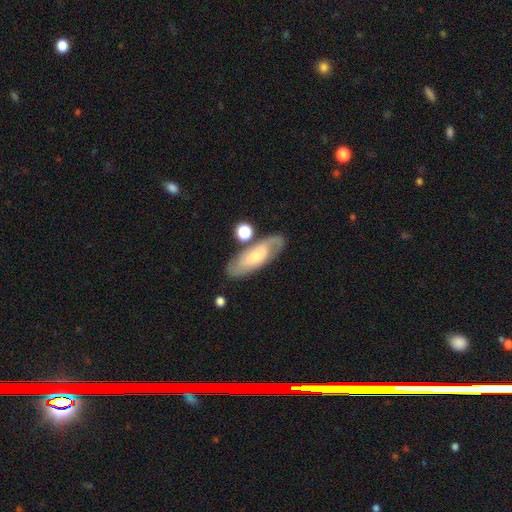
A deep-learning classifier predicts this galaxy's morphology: This appears to be a featured or disk galaxy (62%) with no bar (63%), spiral arms (86%) and a small central bulge (56%). Merging: none (70%).